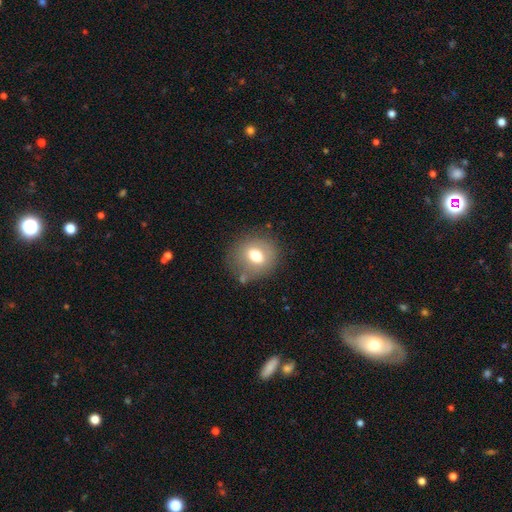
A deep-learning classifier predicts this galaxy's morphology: Smooth or featured: smooth — 68% (featured or disk — 22%)
How rounded: round — 70% (in between — 29%)
Merging: none — 73% (minor disturbance — 16%)